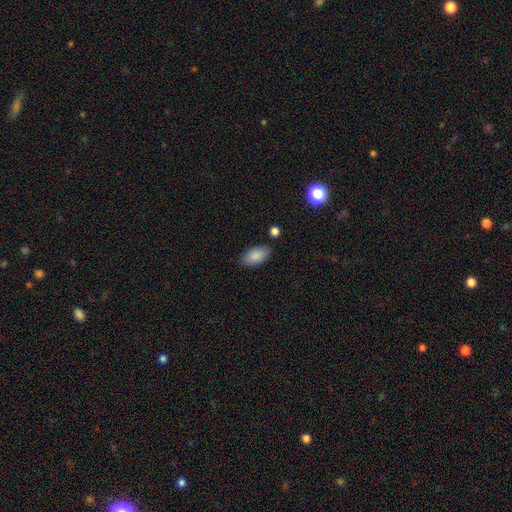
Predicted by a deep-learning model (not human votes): This appears to be a smooth galaxy with no disk features (87%) that is in between round and cigar-shaped (94%). Merging: none (79%).